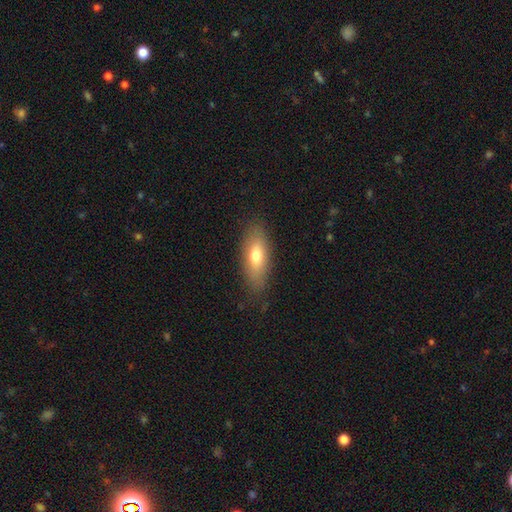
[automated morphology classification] This is likely a smooth galaxy (70%). How rounded: likely in between (70%). Merging: clearly none (81%).